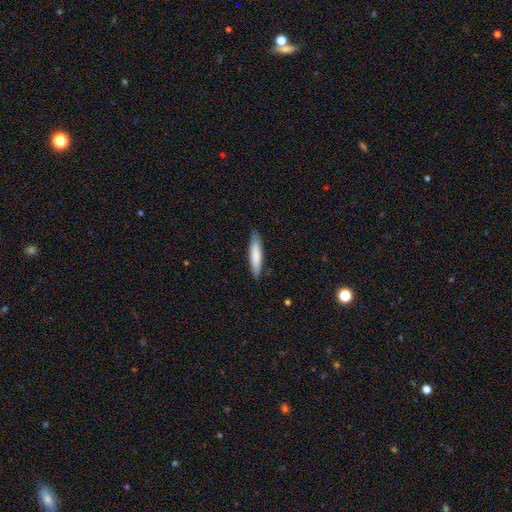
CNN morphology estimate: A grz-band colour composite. It shows a smooth galaxy with no disk features (80%) that is cigar-shaped (81%). Merging: none (85%).